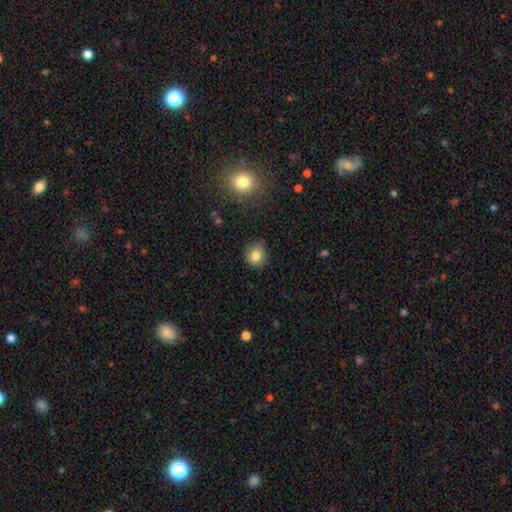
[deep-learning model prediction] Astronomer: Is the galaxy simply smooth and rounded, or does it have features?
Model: smooth — 80%.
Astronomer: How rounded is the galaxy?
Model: round — 77%.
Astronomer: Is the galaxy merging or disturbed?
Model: none — 82%.